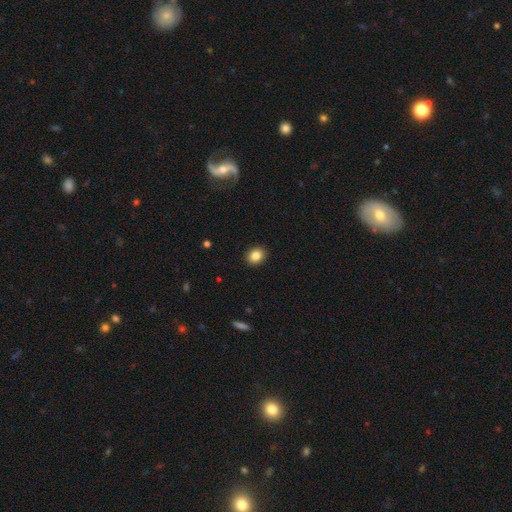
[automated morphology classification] type=smooth (85%); roundness=round (60%); merging=none (91%).